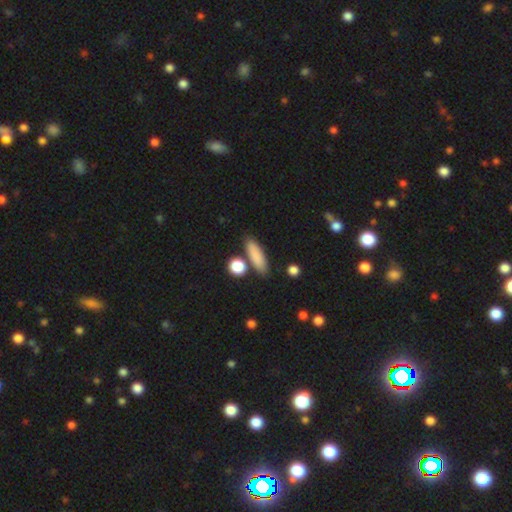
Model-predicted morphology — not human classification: Smooth or featured? smooth (84%)
How rounded? cigar-shaped (54%)
Merging? none (79%)